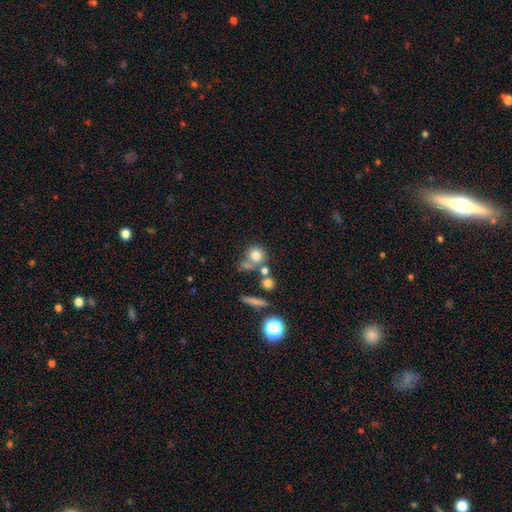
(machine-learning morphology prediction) A smooth galaxy with no disk features (75%) that is round (84%).

Vote fractions:
- Smooth or featured? smooth: 75% / star or artifact: 13% / featured or disk: 12%
- How rounded? round: 84% / in between: 14% / cigar-shaped: 2%
- Merging? none: 50% / merger: 28% / minor disturbance: 13% / major disturbance: 9%